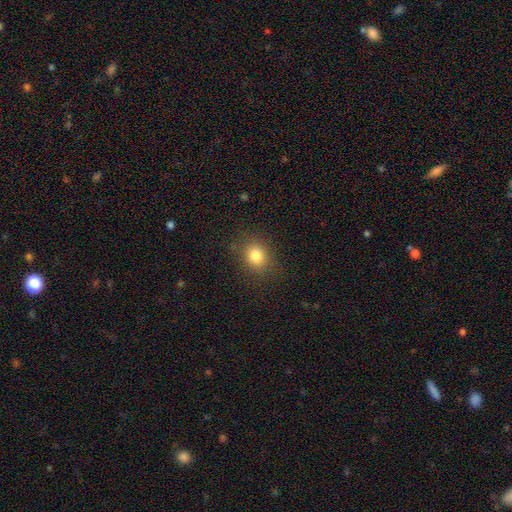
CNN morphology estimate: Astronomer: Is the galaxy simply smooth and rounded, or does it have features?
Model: smooth — 82%.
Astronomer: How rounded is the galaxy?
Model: round — 59% (runner-up: in between, 40%).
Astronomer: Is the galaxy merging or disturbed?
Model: none — 85%.